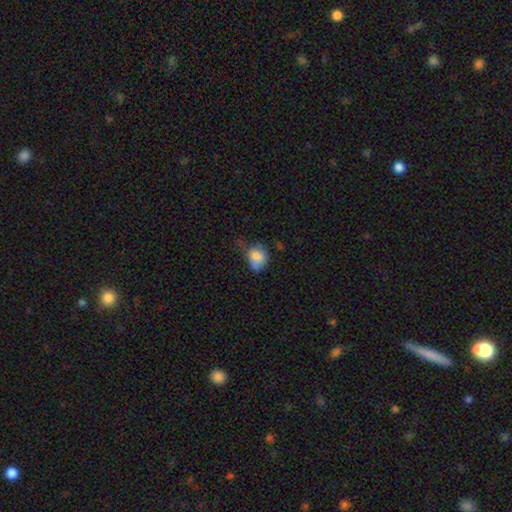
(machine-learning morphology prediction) smooth 79%, featured or disk 11%, star or artifact 9%. Down the decision tree: how rounded — in between (55%); merging — minor disturbance (39%, tied with none).